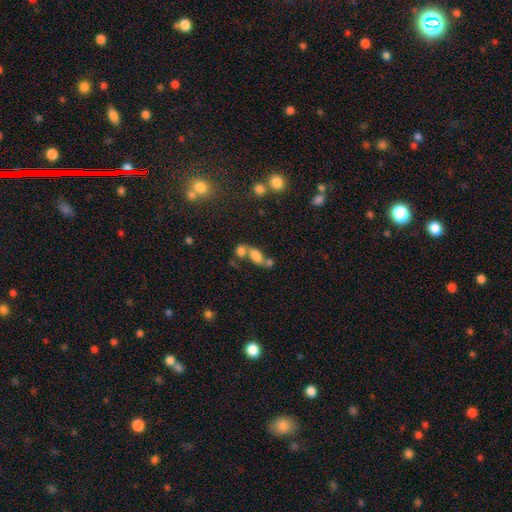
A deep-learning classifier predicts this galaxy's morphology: Smooth or featured? smooth (67%)
How rounded? in between (82%)
Merging? merger (48%)